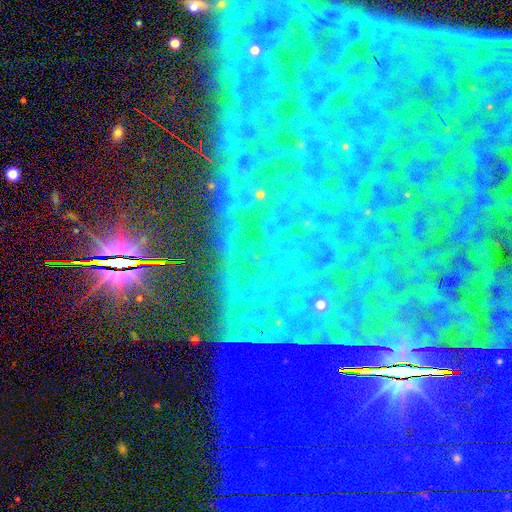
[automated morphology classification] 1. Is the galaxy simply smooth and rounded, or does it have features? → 83% star or artifact, 9% smooth, 8% featured or disk.